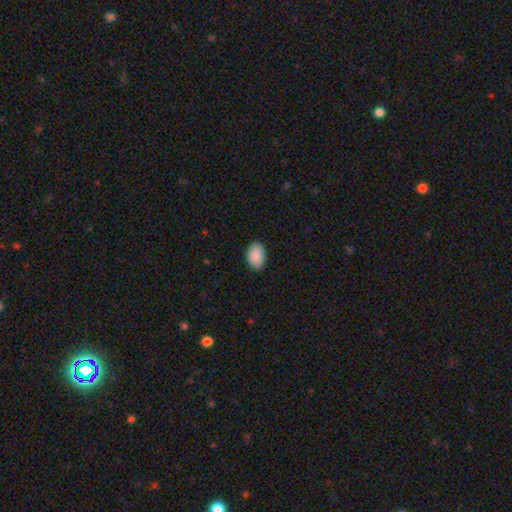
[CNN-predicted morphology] Smooth or featured? smooth (90%)
How rounded? in between (88%)
Merging? none (88%)